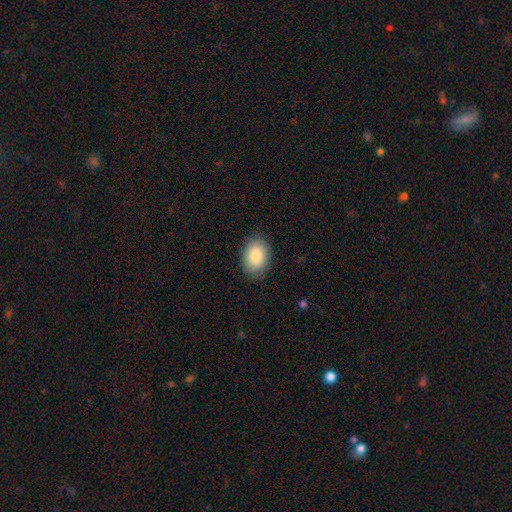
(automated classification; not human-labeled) Q: Smooth or featured?
A: smooth (85%); runner-up: featured or disk (8%)
Q: How rounded?
A: in between (86%); runner-up: round (13%)
Q: Merging?
A: none (87%); runner-up: minor disturbance (10%)